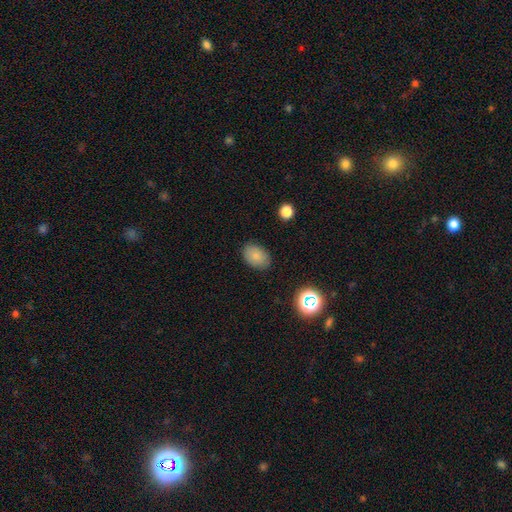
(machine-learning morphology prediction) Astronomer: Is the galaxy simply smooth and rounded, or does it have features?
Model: smooth — 82%.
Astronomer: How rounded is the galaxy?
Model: in between — 82%.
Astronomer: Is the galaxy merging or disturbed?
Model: none — 85%.